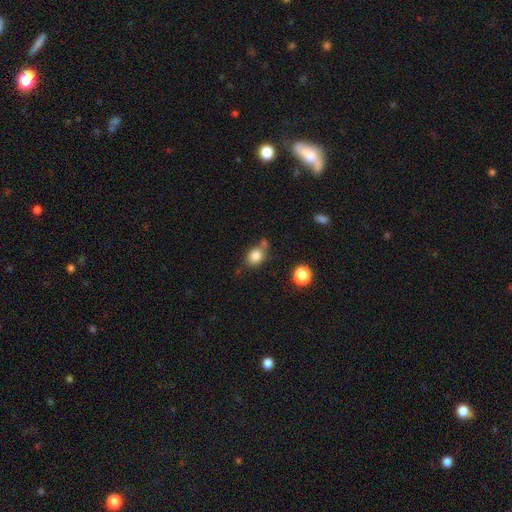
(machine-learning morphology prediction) This appears to be a smooth galaxy with no disk features (82%) that is in between round and cigar-shaped (50%). Merging: none (56%).